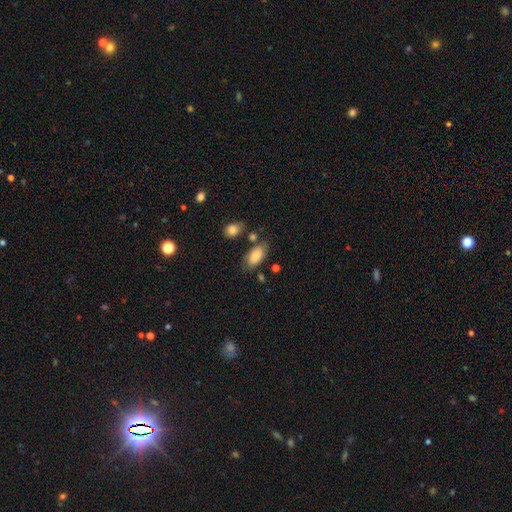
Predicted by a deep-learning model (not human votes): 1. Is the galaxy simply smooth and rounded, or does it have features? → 80% smooth, 13% featured or disk, 7% star or artifact.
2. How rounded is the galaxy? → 93% in between, 4% round, 3% cigar-shaped.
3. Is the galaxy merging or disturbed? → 65% none, 20% minor disturbance, 9% merger, 6% major disturbance.